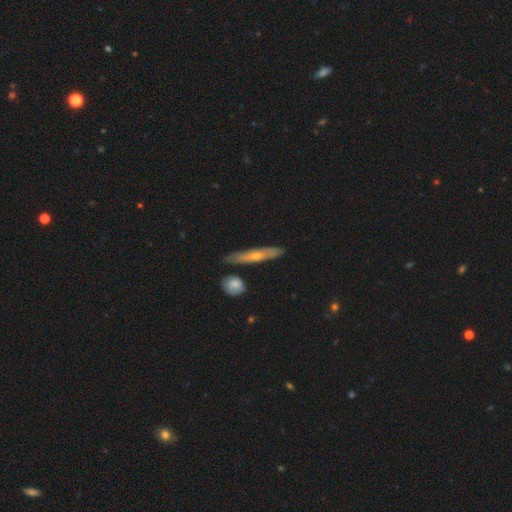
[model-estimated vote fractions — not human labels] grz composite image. It shows a featured or disk galaxy (61%) viewed edge-on (87%) with a rounded central bulge (83%). Merging: none (79%).